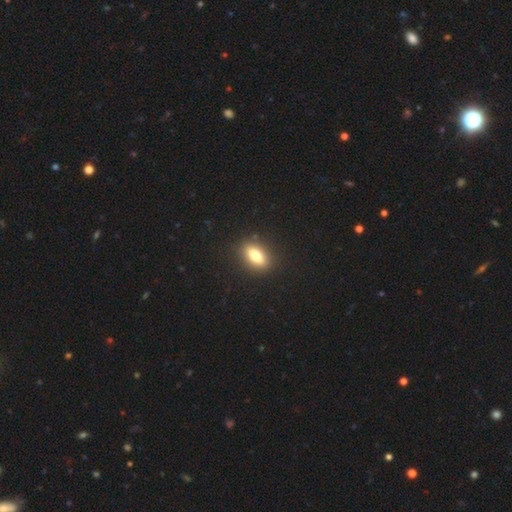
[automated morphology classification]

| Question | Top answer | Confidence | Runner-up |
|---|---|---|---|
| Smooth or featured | smooth | 73% | featured or disk (18%) |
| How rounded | in between | 80% | cigar-shaped (12%) |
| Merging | none | 87% | minor disturbance (9%) |